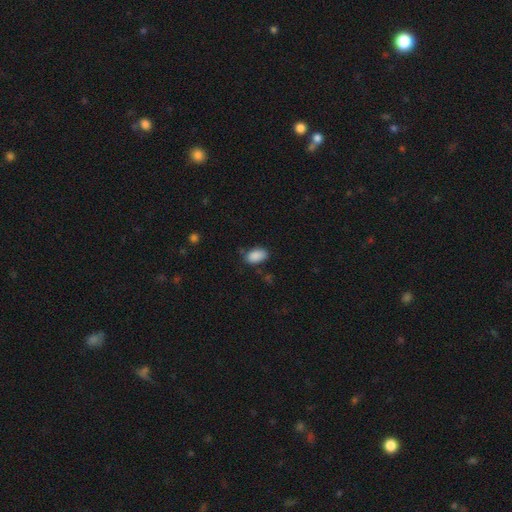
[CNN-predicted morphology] type=smooth (89%); roundness=in between (92%); merging=none (76%).